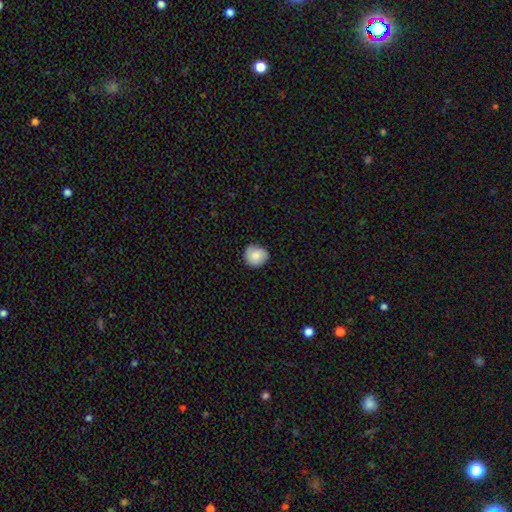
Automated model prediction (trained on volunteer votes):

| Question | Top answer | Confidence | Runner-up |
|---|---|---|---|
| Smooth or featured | smooth | 82% | featured or disk (11%) |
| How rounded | round | 86% | in between (13%) |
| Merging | none | 79% | minor disturbance (17%) |